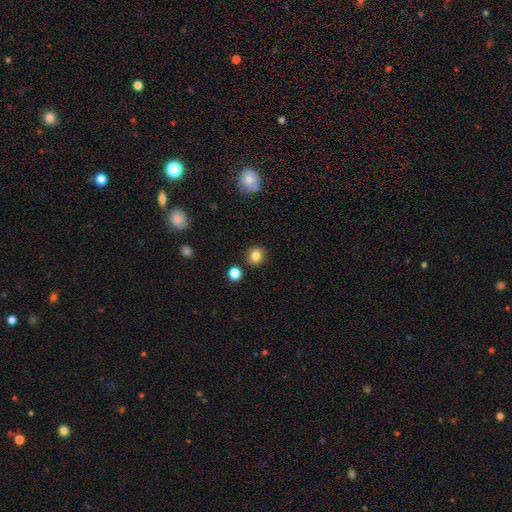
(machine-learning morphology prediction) Overall: smooth (83%). How rounded: round (80%). Merging: none (87%).